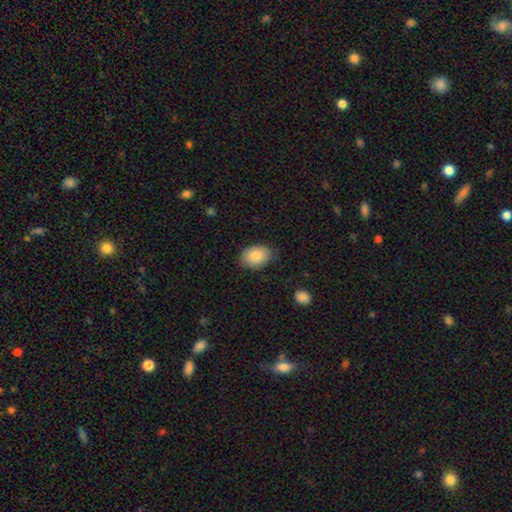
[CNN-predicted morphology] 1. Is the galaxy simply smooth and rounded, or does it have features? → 84% smooth, 9% featured or disk, 7% star or artifact.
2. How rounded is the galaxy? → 84% in between, 15% round, 1% cigar-shaped.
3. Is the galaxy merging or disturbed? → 80% none, 16% minor disturbance, 3% major disturbance, 1% merger.